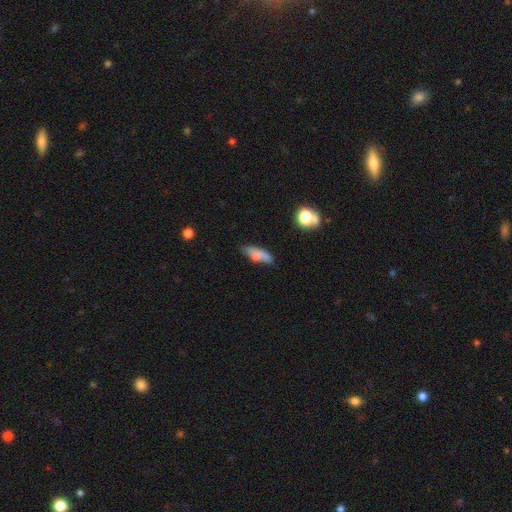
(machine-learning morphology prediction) Overall: smooth (65%; featured or disk 25%). How rounded: in between (51%; cigar-shaped 45%). Merging: none (57%; minor disturbance 25%).